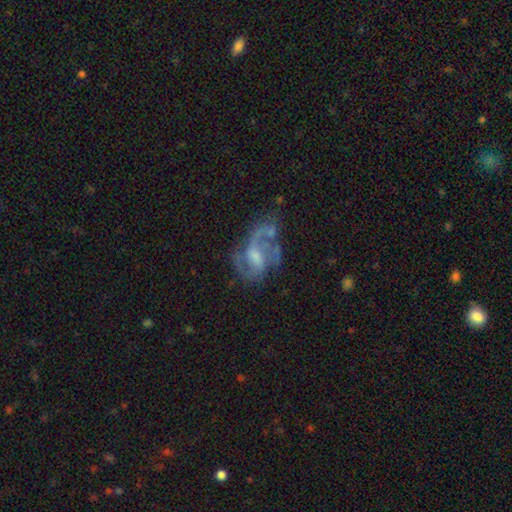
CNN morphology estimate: smooth_or_featured: featured or disk (p=0.80) [alt: smooth p=0.12]
disk_edge_on: no (p=0.97) [alt: yes p=0.03]
bar: weak (p=0.50) [alt: no p=0.35]
has_spiral_arms: yes (p=0.89) [alt: no p=0.11]
spiral_winding: medium (p=0.46) [alt: loose p=0.41]
spiral_arm_count: 2 (p=0.57) [alt: 3 p=0.16]
bulge_size: moderate (p=0.44) [alt: small p=0.29]
merging: none (p=0.44) [alt: major disturbance p=0.28]